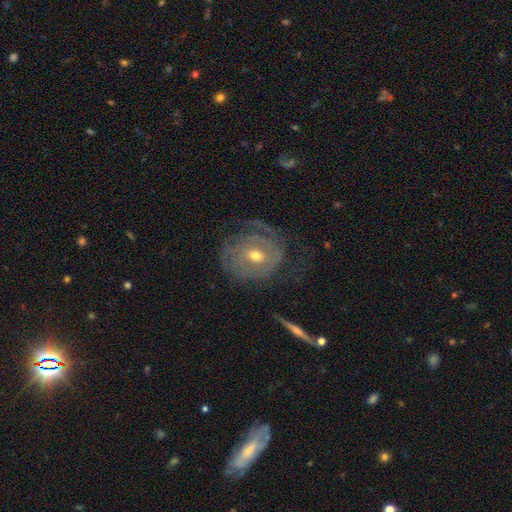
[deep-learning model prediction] Smooth or featured? featured or disk (76%)
Edge-on disk? no (96%)
Bar? no (57%)
Spiral arms? yes (83%)
Spiral winding? tight (64%)
Spiral arm count? can't tell (45%)
Bulge size? moderate (60%)
Merging? none (56%)